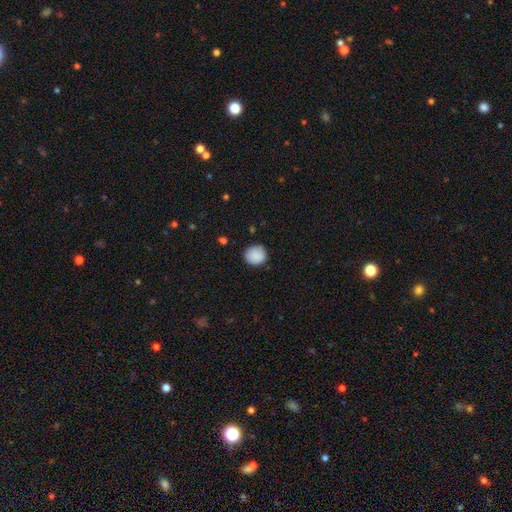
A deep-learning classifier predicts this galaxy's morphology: The model was most divided on "merging": none: 86%, minor disturbance: 11%, major disturbance: 2%, merger: 1%. More confident: how rounded — round (89%); smooth or featured — smooth (89%).